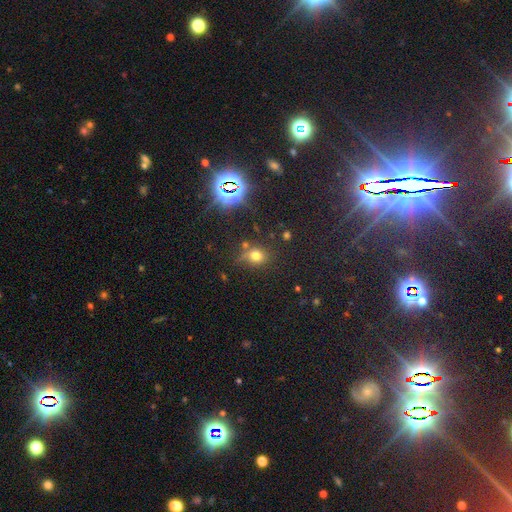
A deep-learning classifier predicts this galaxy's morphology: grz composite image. It shows a smooth galaxy with no disk features (67%) that is round (66%). Merging: none (65%).